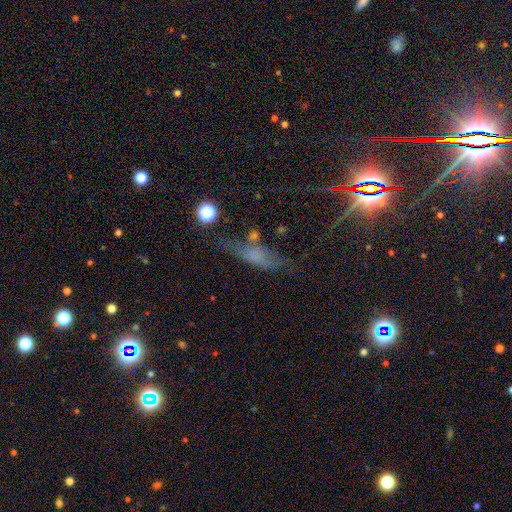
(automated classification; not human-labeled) Overall: smooth (47%; featured or disk 30%). Merging: none (50%; minor disturbance 26%).